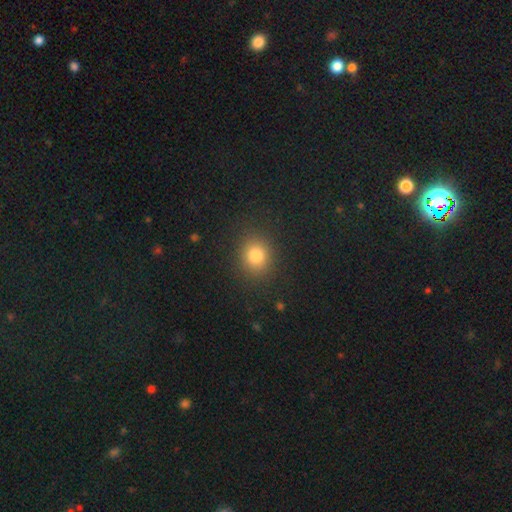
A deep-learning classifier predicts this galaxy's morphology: Smooth or featured: smooth — 80% (star or artifact — 13%)
How rounded: round — 70% (in between — 29%)
Merging: none — 87% (minor disturbance — 8%)